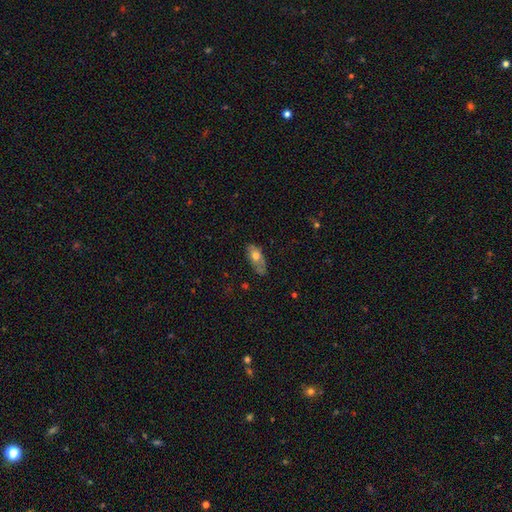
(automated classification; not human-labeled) smooth-or-featured: smooth: 61% | featured or disk: 32% | star or artifact: 7%
  how-rounded: in between: 84% | cigar-shaped: 11% | round: 5%
  merging: none: 58% | minor disturbance: 30% | major disturbance: 10% | merger: 2%